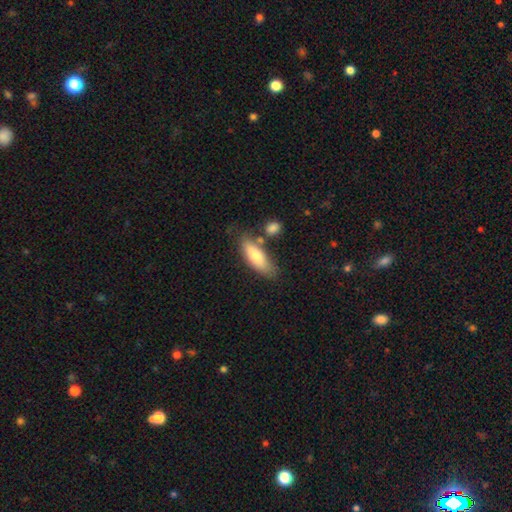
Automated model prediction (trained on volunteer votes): This is likely a smooth galaxy (77%). How rounded: possibly in between (58%). Merging: likely none (65%).